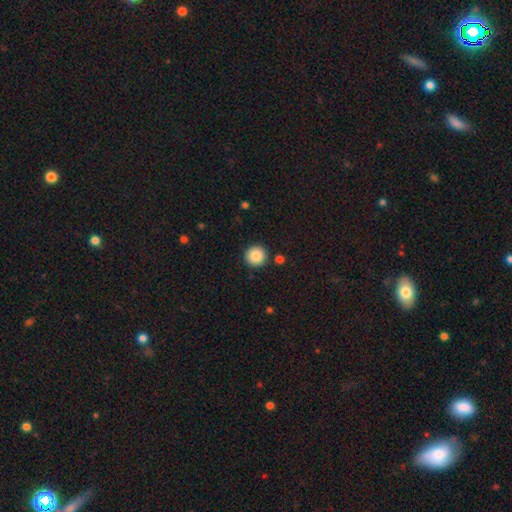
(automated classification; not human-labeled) Morphology: type=smooth (86%); roundness=round (96%); merging=none (90%).